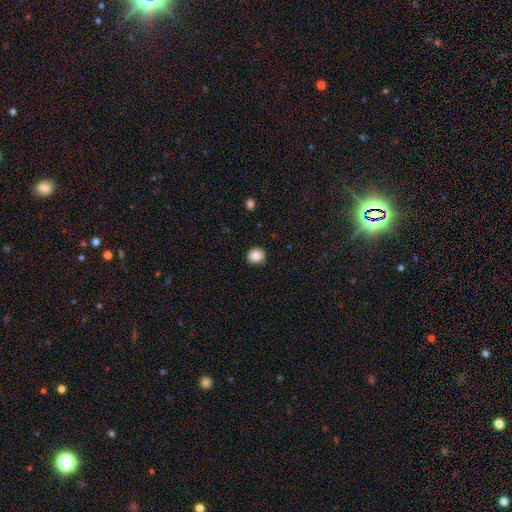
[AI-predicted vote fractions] This is clearly a smooth galaxy (87%). How rounded: likely round (79%). Merging: clearly none (89%).